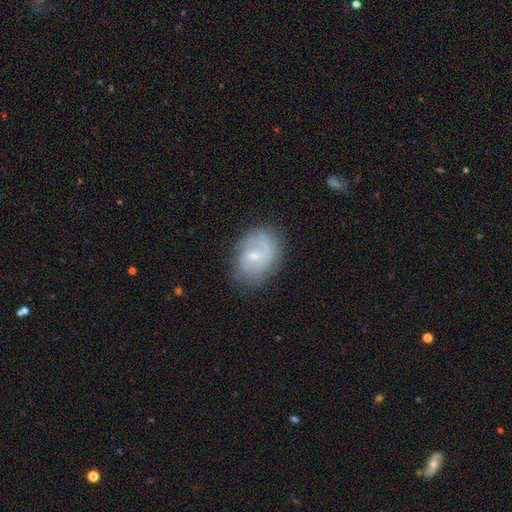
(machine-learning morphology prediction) smooth_or_featured: featured or disk (p=0.64) [alt: smooth p=0.28]
disk_edge_on: no (p=0.96) [alt: yes p=0.04]
bar: weak (p=0.49) [alt: no p=0.43]
has_spiral_arms: yes (p=0.81) [alt: no p=0.19]
bulge_size: small (p=0.64) [alt: moderate p=0.30]
merging: none (p=0.72) [alt: minor disturbance p=0.19]